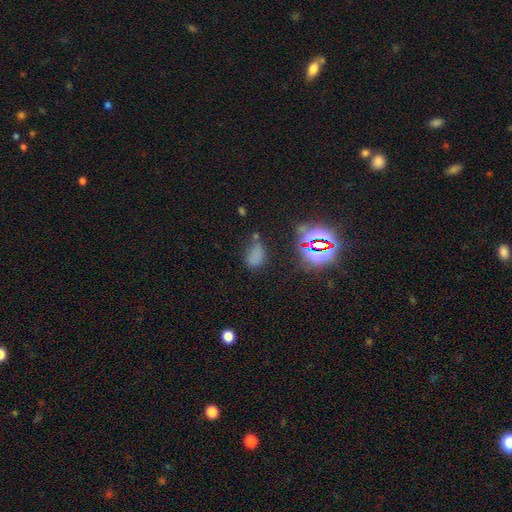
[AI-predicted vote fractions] A smooth galaxy with no disk features (61%) that is in between round and cigar-shaped (83%). Merging: none (51%).